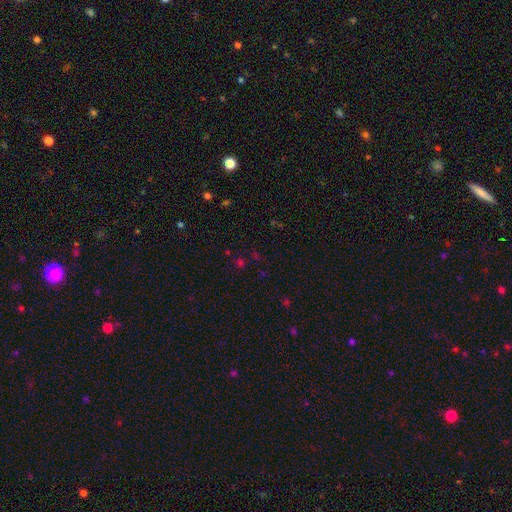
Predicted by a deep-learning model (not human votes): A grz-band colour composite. It shows a star or artifact, not a galaxy (55%).